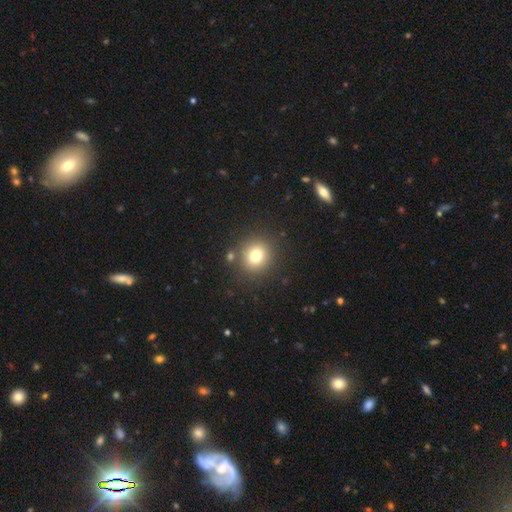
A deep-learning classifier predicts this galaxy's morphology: This is likely a smooth galaxy (77%). How rounded: clearly round (87%). Merging: clearly none (85%).